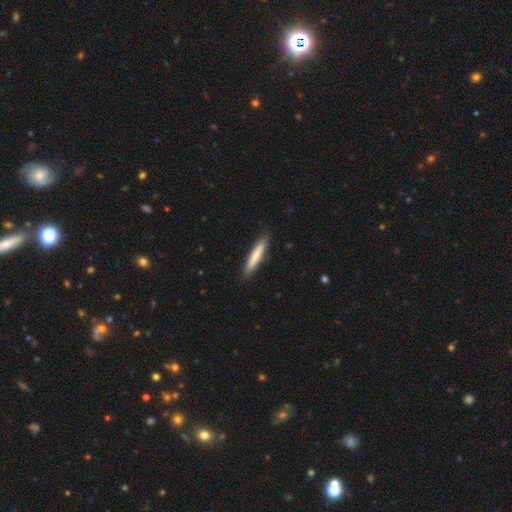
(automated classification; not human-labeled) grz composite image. It shows a smooth galaxy with no disk features (77%) that is cigar-shaped (92%). Merging: none (88%).